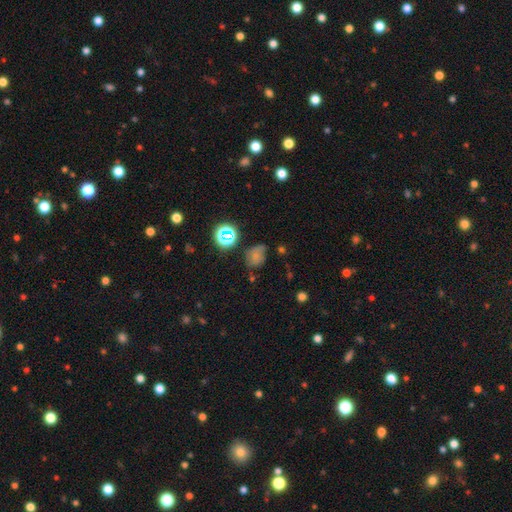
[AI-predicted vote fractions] Smooth or featured: smooth — 66% (star or artifact — 23%)
How rounded: in between — 57% (round — 42%)
Merging: none — 54% (minor disturbance — 30%)